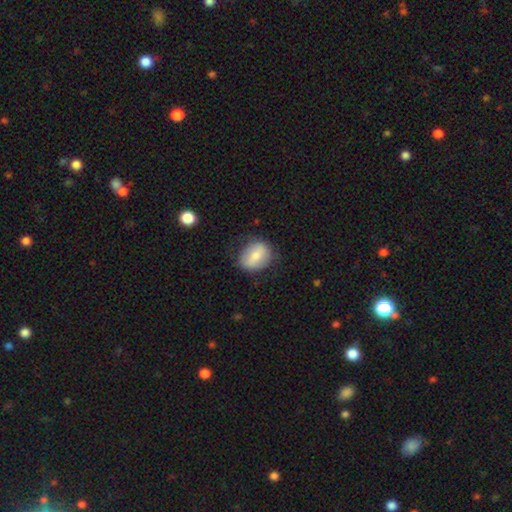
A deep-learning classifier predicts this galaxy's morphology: This is likely a smooth galaxy (68%). How rounded: possibly in between (57%). Merging: likely none (72%).